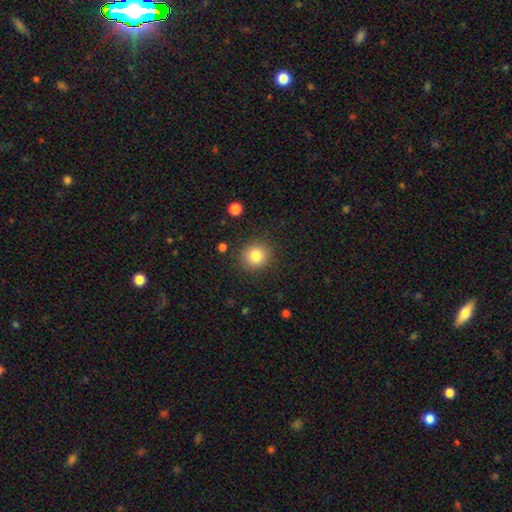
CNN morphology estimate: This appears to be a smooth galaxy with no disk features (82%) that is round (90%). Merging: none (88%).